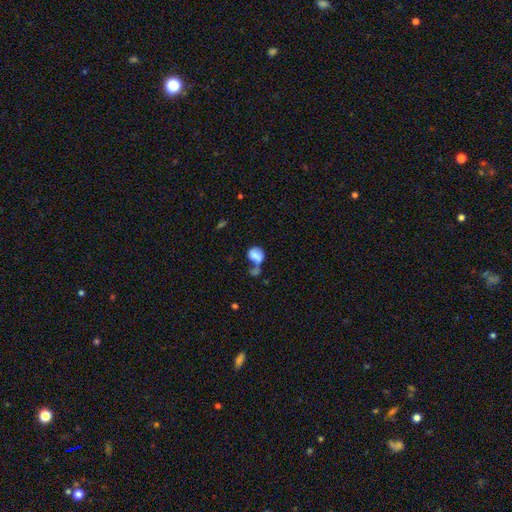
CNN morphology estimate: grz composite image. It shows a smooth galaxy with no disk features (76%) that is in between round and cigar-shaped (53%). Merging: merger (48%).